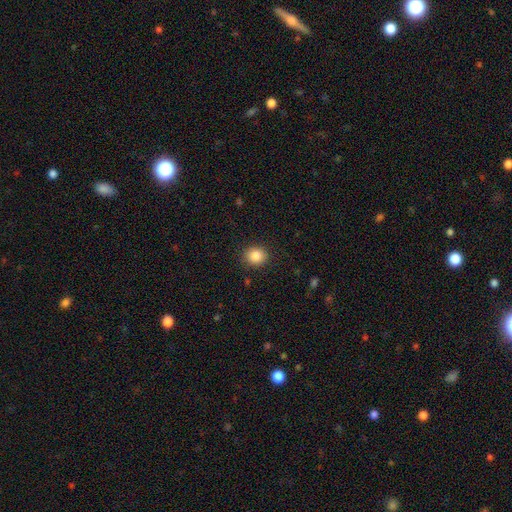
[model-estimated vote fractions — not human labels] Q: Smooth or featured?
A: smooth (86%); runner-up: star or artifact (9%)
Q: How rounded?
A: round (79%); runner-up: in between (20%)
Q: Merging?
A: none (89%); runner-up: minor disturbance (8%)